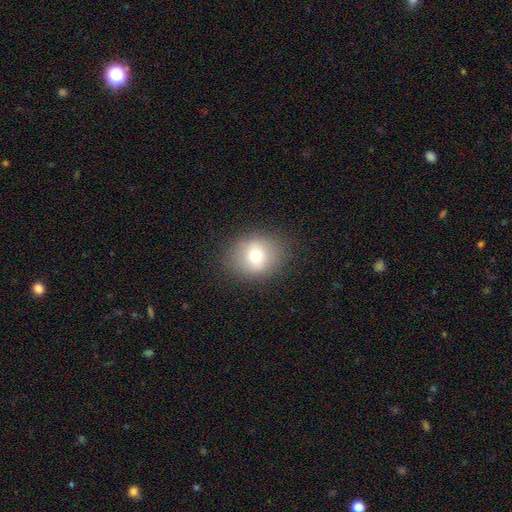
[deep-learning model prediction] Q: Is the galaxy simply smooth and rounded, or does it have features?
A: smooth — 72%.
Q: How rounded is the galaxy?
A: round — 62%.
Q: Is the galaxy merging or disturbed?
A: none — 86%.